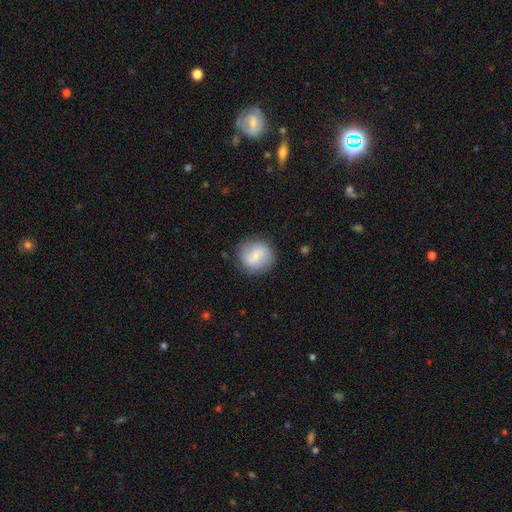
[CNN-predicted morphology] smooth 63%, featured or disk 30%, star or artifact 7%. Down the decision tree: how rounded — round (89%); merging — none (82%).